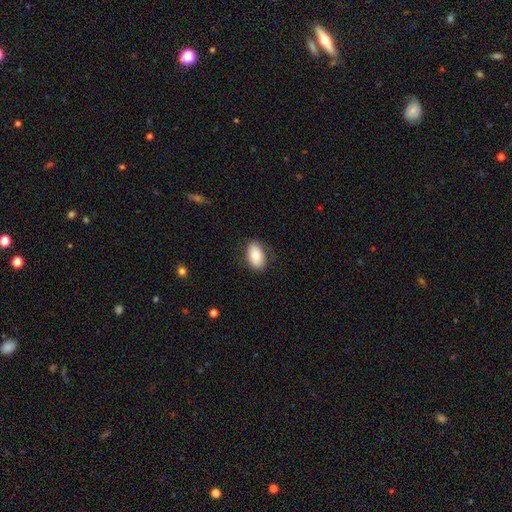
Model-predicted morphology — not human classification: This appears to be a smooth galaxy with no disk features (75%) that is in between round and cigar-shaped (90%). Merging: none (80%).